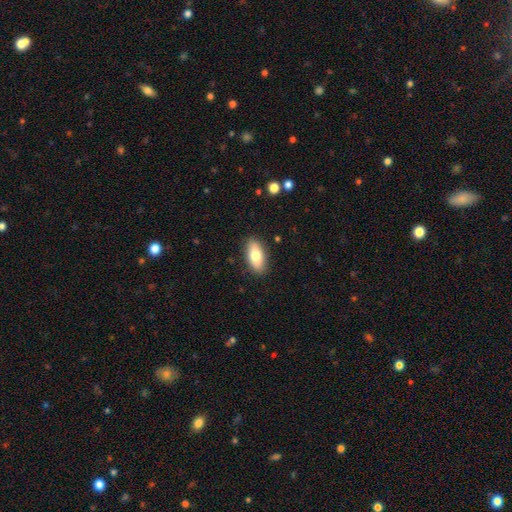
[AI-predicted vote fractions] Smooth or featured? smooth (76%)
How rounded? in between (85%)
Merging? none (88%)